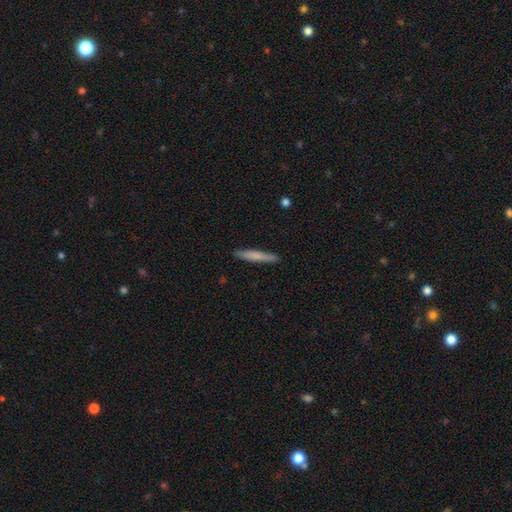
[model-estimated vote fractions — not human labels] This appears to be a smooth galaxy with no disk features (71%) that is cigar-shaped (95%). Merging: none (91%).